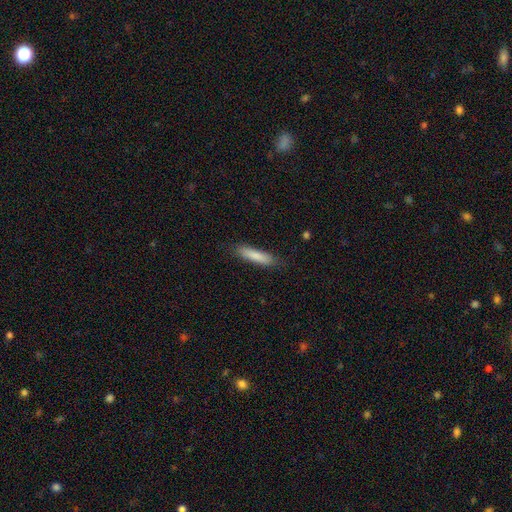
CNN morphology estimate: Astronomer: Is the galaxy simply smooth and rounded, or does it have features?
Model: smooth — 83%.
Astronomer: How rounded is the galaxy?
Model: cigar-shaped — 79%.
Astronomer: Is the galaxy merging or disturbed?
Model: none — 83%.